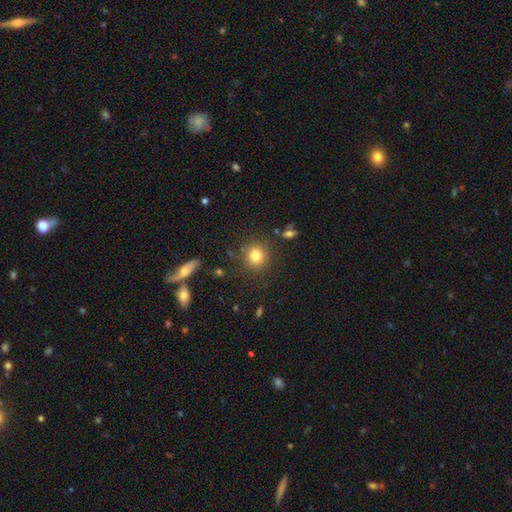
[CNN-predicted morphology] Smooth or featured? smooth (81%)
How rounded? round (87%)
Merging? none (84%)